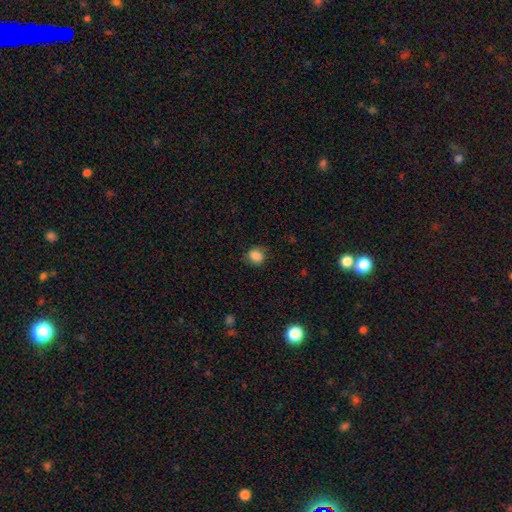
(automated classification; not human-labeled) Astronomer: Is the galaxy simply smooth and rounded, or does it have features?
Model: smooth — 86%.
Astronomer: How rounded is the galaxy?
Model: round — 57% (runner-up: in between, 42%).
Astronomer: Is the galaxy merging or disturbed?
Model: none — 77%.